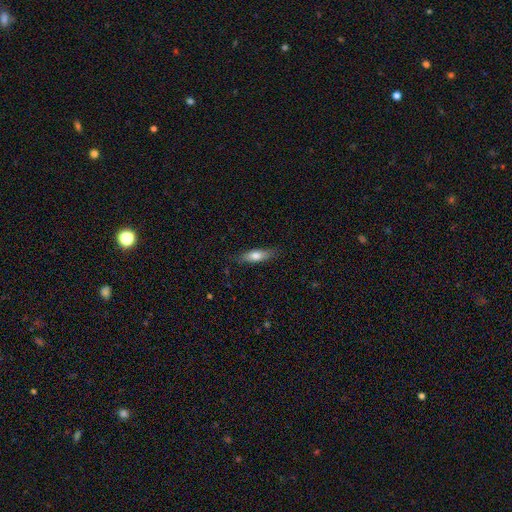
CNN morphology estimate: type=smooth (72%); roundness=in between (51%); merging=none (82%).